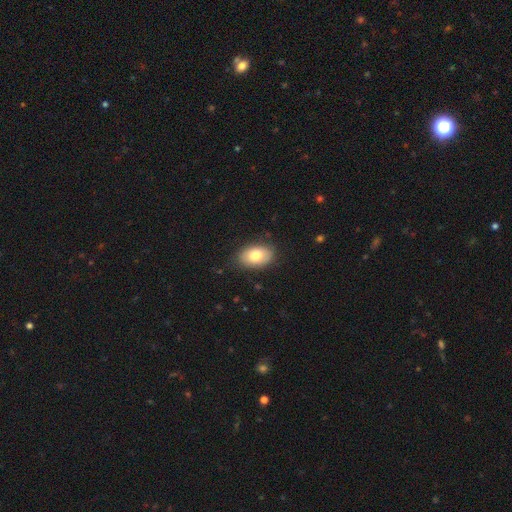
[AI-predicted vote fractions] Smooth or featured?
  - smooth: 78% *
  - featured or disk: 15%
  - star or artifact: 7%
How rounded?
  - in between: 90% *
  - round: 9%
  - cigar-shaped: 1%
Merging?
  - none: 82% *
  - minor disturbance: 14%
  - major disturbance: 3%
  - merger: 1%